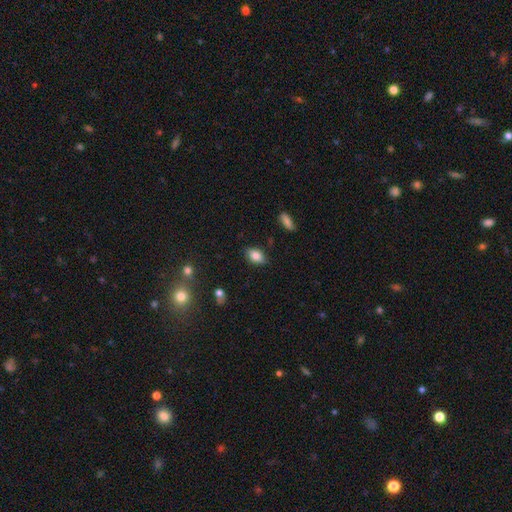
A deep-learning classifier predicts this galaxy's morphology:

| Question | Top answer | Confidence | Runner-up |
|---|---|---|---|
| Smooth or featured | smooth | 80% | featured or disk (11%) |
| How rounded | in between | 88% | round (9%) |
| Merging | none | 83% | minor disturbance (13%) |